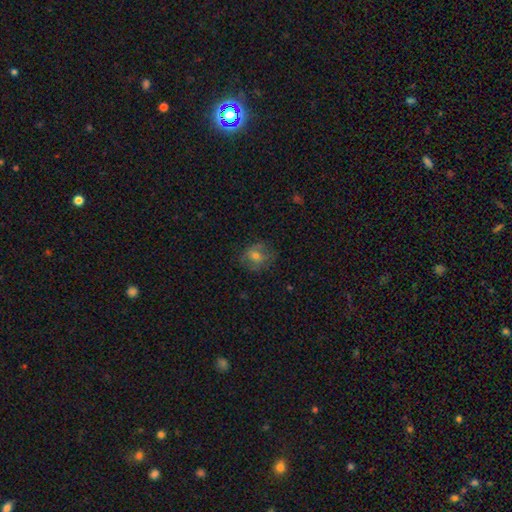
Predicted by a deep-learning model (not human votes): Smooth or featured? Predicted: smooth (p=0.64). How rounded? Predicted: round (p=0.65). Merging? Predicted: none (p=0.68).